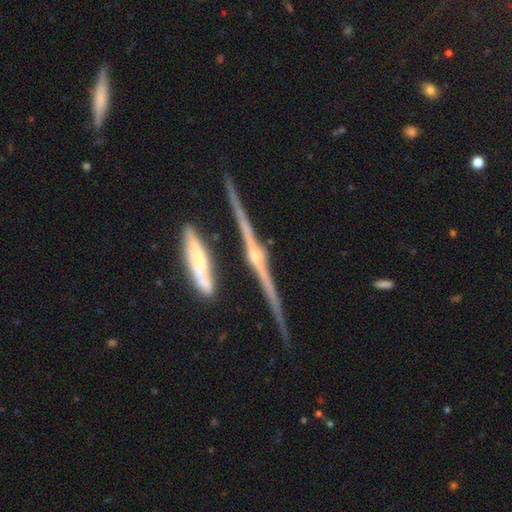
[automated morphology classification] Smooth or featured? featured or disk (87%)
Edge-on disk? yes (97%)
Edge-on bulge? rounded (79%)
Merging? none (75%)